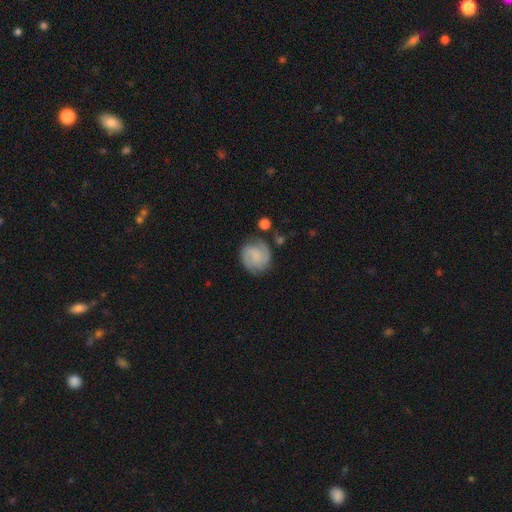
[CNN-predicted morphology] Smooth or featured?
  - featured or disk: 63% *
  - smooth: 30%
  - star or artifact: 7%
Edge-on disk?
  - no: 98% *
  - yes: 2%
Bar?
  - no: 54% *
  - weak: 39%
  - strong: 7%
Spiral arms?
  - yes: 93% *
  - no: 7%
Spiral winding?
  - tight: 45% *
  - medium: 42%
  - loose: 14%
Spiral arm count?
  - 2: 69% *
  - can't tell: 13%
  - 3: 10%
  - 1: 4%
  - 4: 2%
  - more than 4: 2%
Bulge size?
  - none: 45% *
  - small: 33%
  - moderate: 16%
  - large: 4%
  - dominant: 2%
Merging?
  - none: 73% *
  - minor disturbance: 17%
  - major disturbance: 7%
  - merger: 4%